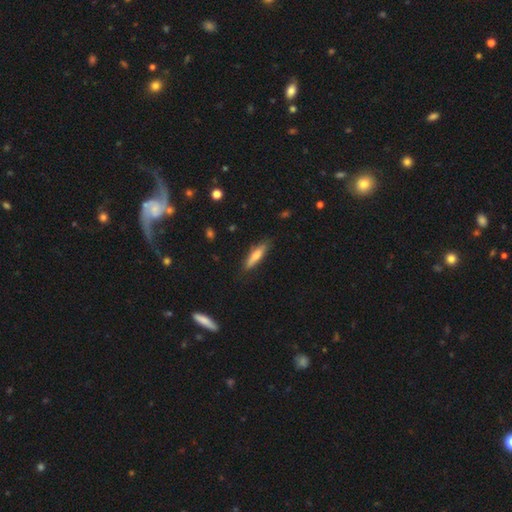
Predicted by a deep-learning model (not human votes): smooth_or_featured: smooth (p=0.63) [alt: featured or disk p=0.30]
how_rounded: cigar-shaped (p=0.77) [alt: in between p=0.22]
merging: none (p=0.82) [alt: minor disturbance p=0.14]